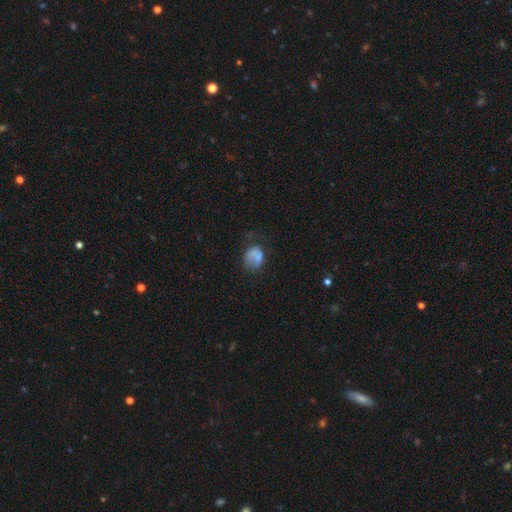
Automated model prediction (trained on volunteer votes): Smooth or featured?
  - smooth: 66% *
  - featured or disk: 23%
  - star or artifact: 12%
How rounded?
  - in between: 53% *
  - round: 46%
  - cigar-shaped: 1%
Merging?
  - none: 34% *
  - major disturbance: 33%
  - minor disturbance: 28%
  - merger: 5%